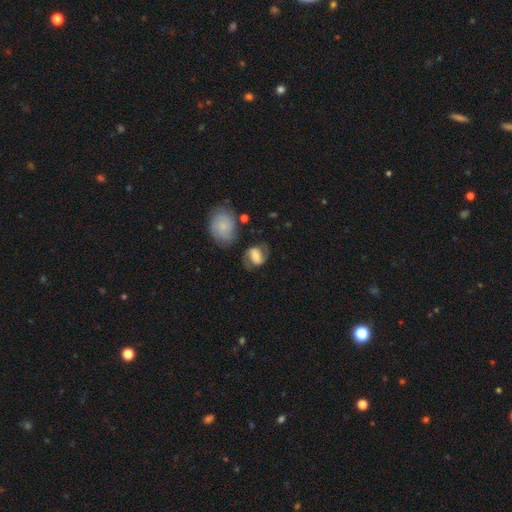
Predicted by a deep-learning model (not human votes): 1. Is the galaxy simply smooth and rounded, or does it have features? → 50% featured or disk, 41% smooth, 8% star or artifact.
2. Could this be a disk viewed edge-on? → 96% no, 4% yes.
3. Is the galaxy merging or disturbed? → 59% none, 22% minor disturbance, 13% major disturbance, 6% merger.